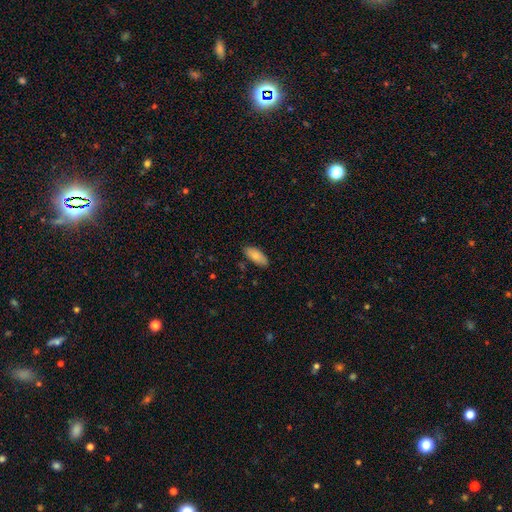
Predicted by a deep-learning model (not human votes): Morphology: type=smooth (81%); roundness=in between (84%); merging=none (84%).